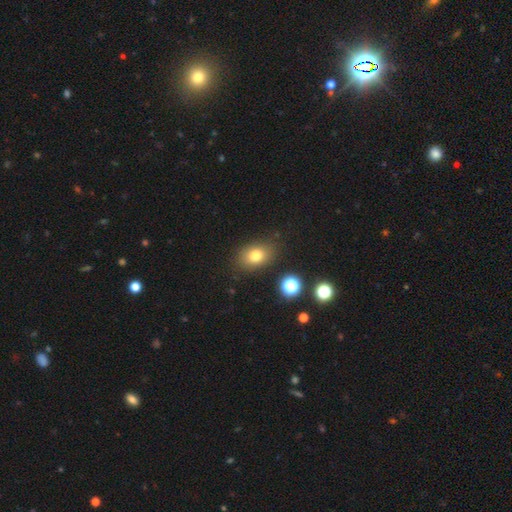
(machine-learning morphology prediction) A smooth galaxy with no disk features (77%) that is in between round and cigar-shaped (71%). Merging: none (83%).